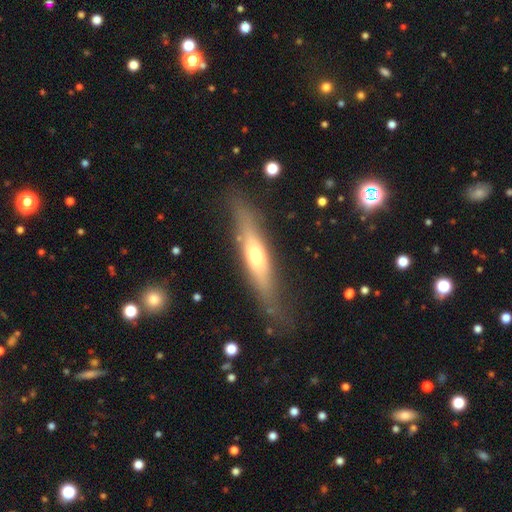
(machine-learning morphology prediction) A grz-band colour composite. It shows a featured or disk galaxy (49%). Merging: none (77%).